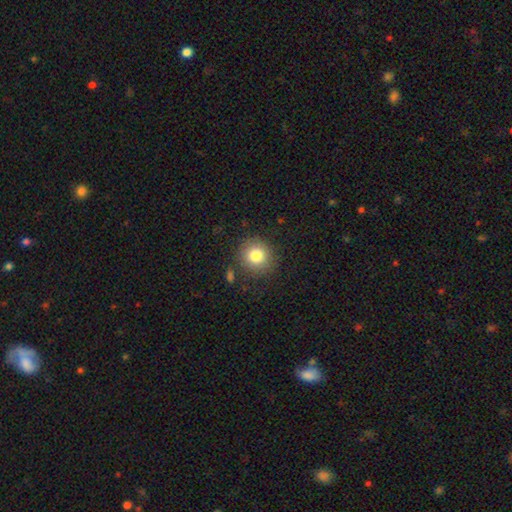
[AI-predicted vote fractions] This appears to be a smooth galaxy with no disk features (81%) that is round (90%). Merging: none (84%).